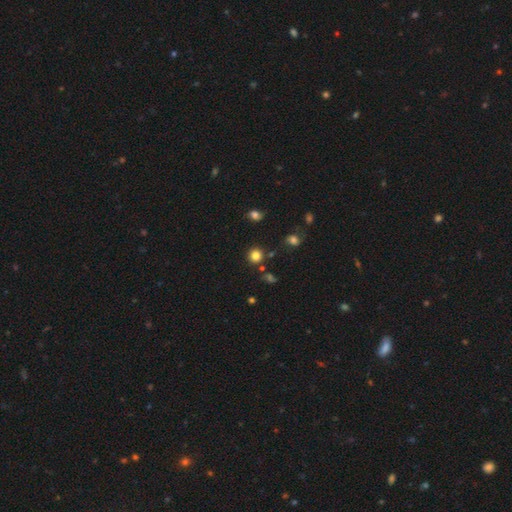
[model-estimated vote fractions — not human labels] Smooth or featured: smooth — 80% (star or artifact — 15%)
How rounded: round — 92% (in between — 7%)
Merging: none — 85% (minor disturbance — 8%)